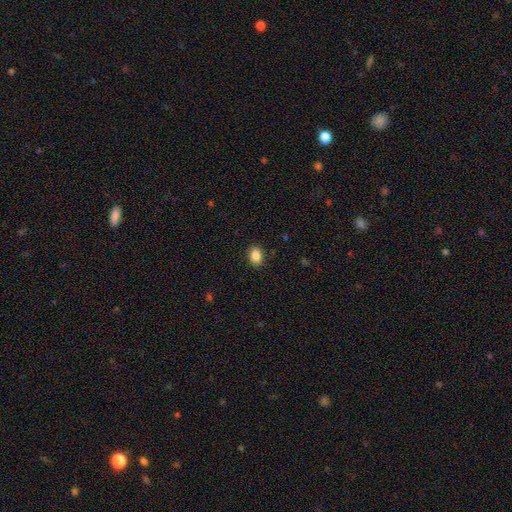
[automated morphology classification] This is clearly a smooth galaxy (87%). How rounded: likely in between (74%). Merging: clearly none (88%).